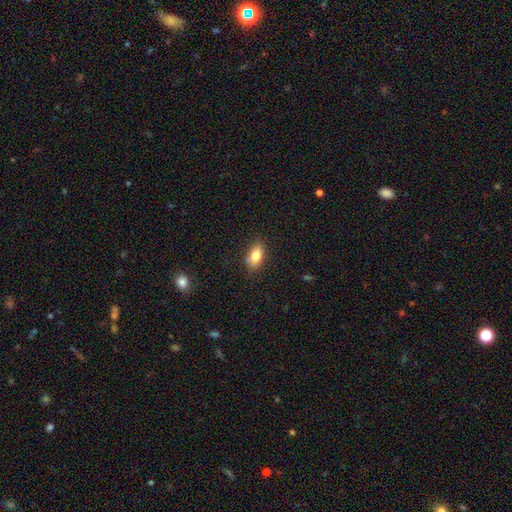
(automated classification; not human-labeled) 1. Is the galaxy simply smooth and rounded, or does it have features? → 81% smooth, 11% featured or disk, 8% star or artifact.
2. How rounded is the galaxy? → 87% in between, 7% round, 5% cigar-shaped.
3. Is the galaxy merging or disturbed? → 83% none, 13% minor disturbance, 3% major disturbance, 2% merger.